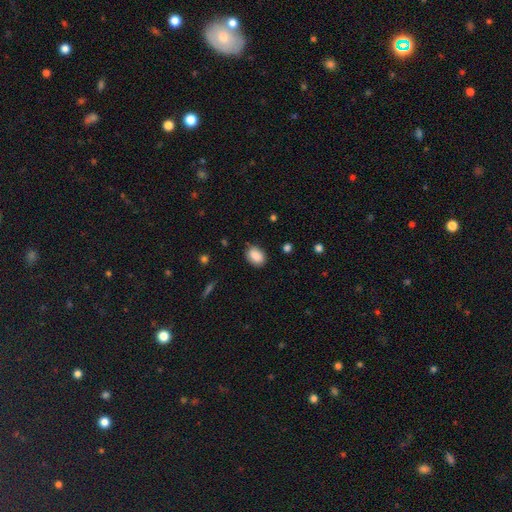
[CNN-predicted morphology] This is clearly a smooth galaxy (88%). How rounded: likely in between (76%). Merging: clearly none (85%).